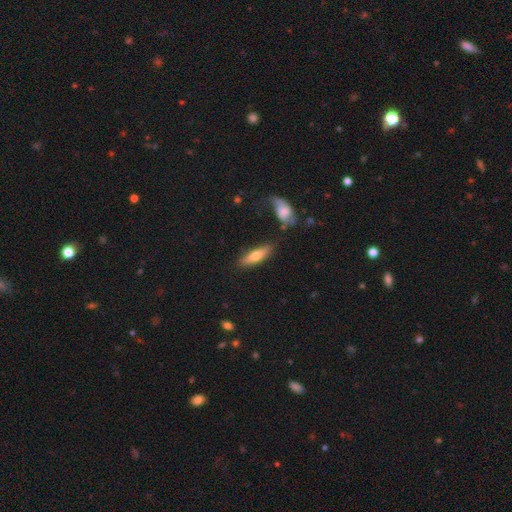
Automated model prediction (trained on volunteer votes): Smooth or featured?
  - smooth: 60% *
  - featured or disk: 34%
  - star or artifact: 6%
How rounded?
  - cigar-shaped: 61% *
  - in between: 37%
  - round: 3%
Merging?
  - none: 79% *
  - minor disturbance: 12%
  - merger: 5%
  - major disturbance: 4%